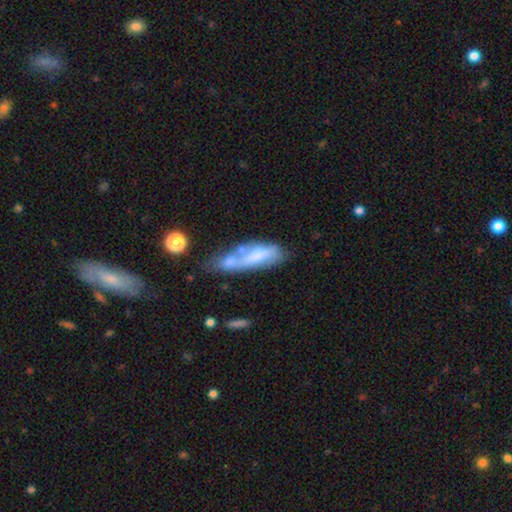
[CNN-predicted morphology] Smooth or featured: smooth — 54% (featured or disk — 37%)
How rounded: in between — 57% (cigar-shaped — 40%)
Merging: merger — 30% (none — 26%)